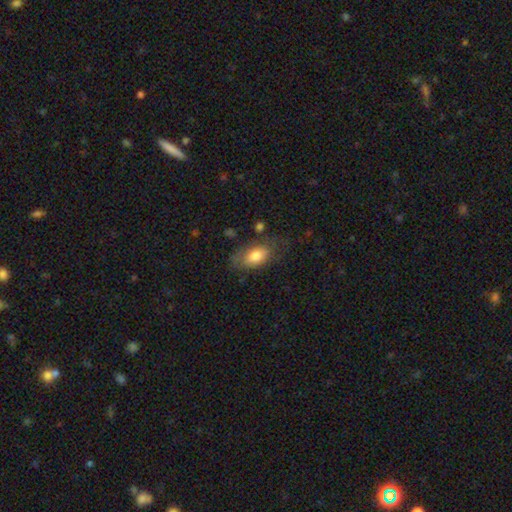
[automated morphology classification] Q: Smooth or featured?
A: smooth (76%); runner-up: featured or disk (17%)
Q: How rounded?
A: in between (90%); runner-up: round (6%)
Q: Merging?
A: none (62%); runner-up: minor disturbance (24%)